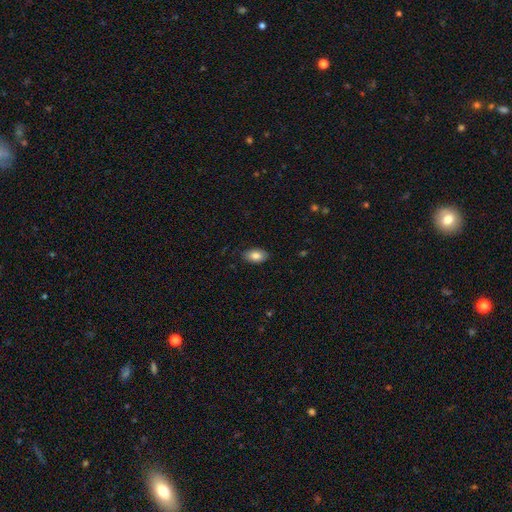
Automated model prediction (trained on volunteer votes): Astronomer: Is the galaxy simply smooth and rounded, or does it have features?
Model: smooth — 84%.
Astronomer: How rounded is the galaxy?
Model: in between — 92%.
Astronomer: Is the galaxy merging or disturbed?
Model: none — 85%.